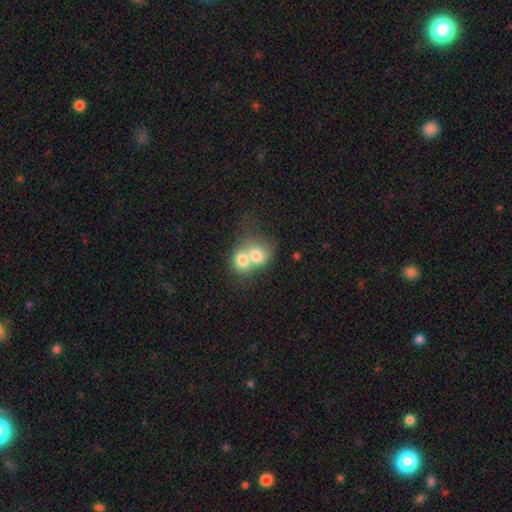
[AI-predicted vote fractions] This appears to be a smooth galaxy with no disk features (72%) that is round (58%). Merging: merger (75%).